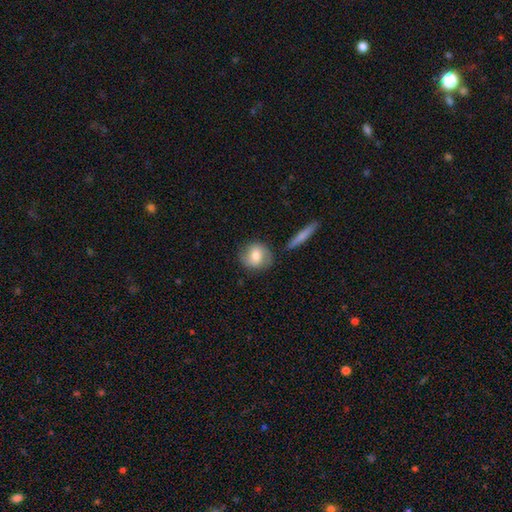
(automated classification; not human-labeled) smooth-or-featured: smooth: 70% | featured or disk: 23% | star or artifact: 7%
  how-rounded: round: 77% | in between: 21% | cigar-shaped: 2%
  merging: none: 75% | minor disturbance: 15% | merger: 5% | major disturbance: 4%